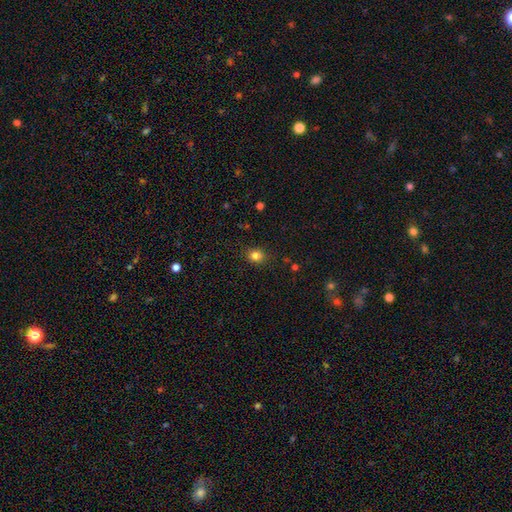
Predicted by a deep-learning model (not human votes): Morphology: type=smooth (82%); roundness=round (71%); merging=none (87%).